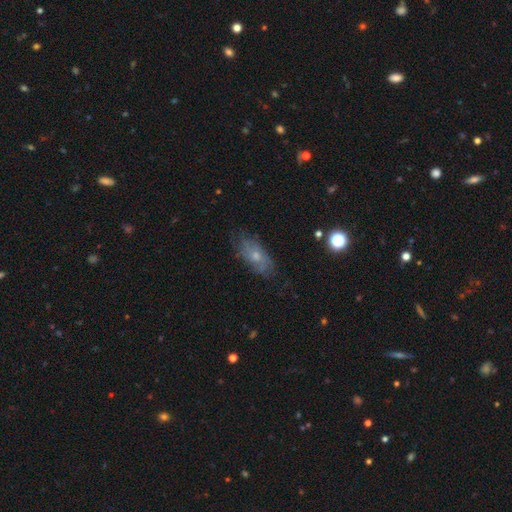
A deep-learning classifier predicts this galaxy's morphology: smooth_or_featured: featured or disk (p=0.48) [alt: smooth p=0.43]
merging: none (p=0.69) [alt: minor disturbance p=0.22]